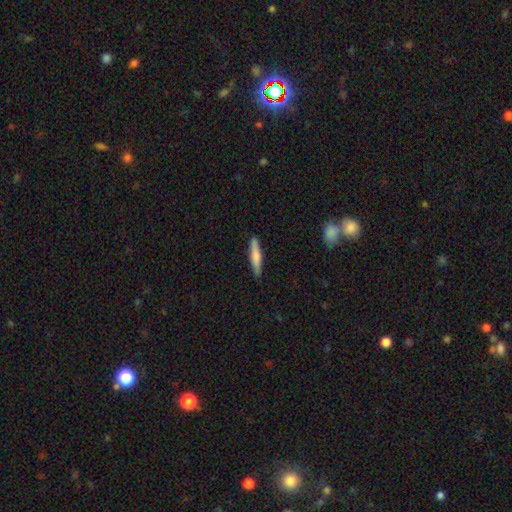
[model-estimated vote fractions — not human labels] Smooth or featured?
  - smooth: 69% *
  - featured or disk: 26%
  - star or artifact: 5%
How rounded?
  - cigar-shaped: 89% *
  - in between: 10%
  - round: 2%
Merging?
  - none: 89% *
  - minor disturbance: 8%
  - major disturbance: 2%
  - merger: 1%